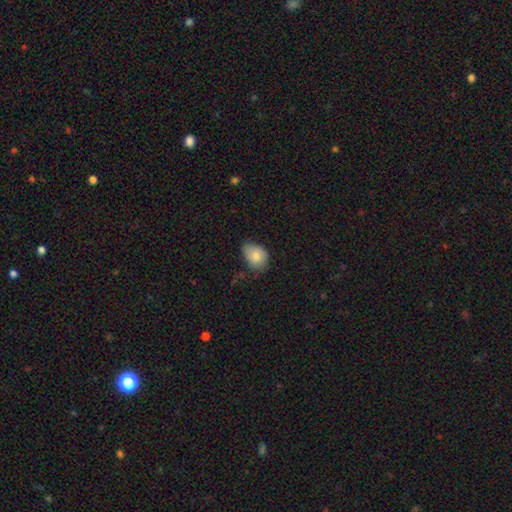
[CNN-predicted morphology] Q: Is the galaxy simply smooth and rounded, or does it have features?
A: smooth — 80%.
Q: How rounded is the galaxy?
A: in between — 64%.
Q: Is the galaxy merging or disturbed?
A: none — 47%.